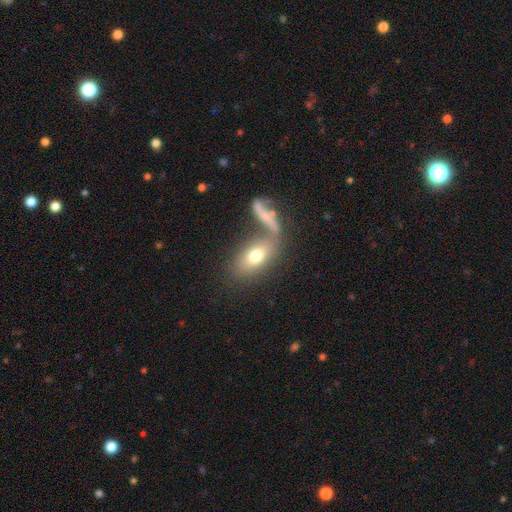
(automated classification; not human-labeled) A star or artifact, not a galaxy (41%).

Vote fractions:
- Smooth or featured? star or artifact: 41% / smooth: 36% / featured or disk: 22%